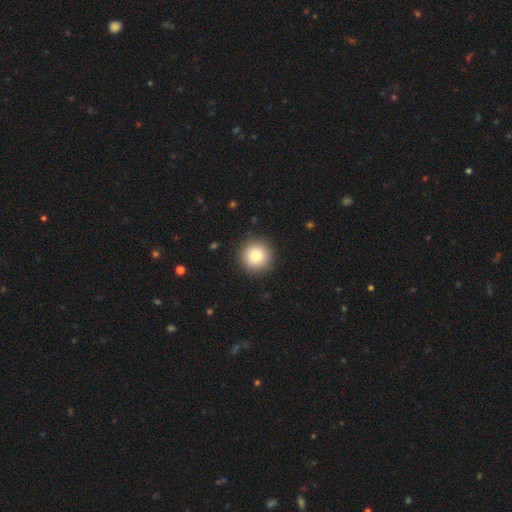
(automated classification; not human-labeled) Smooth or featured? Predicted: smooth (p=0.83). How rounded? Predicted: round (p=0.96). Merging? Predicted: none (p=0.91).